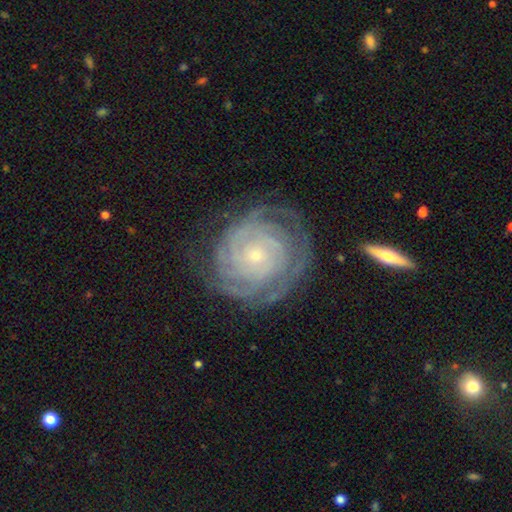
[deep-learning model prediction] smooth-or-featured: featured or disk: 86% | smooth: 8% | star or artifact: 6%
  disk-edge-on: no: 97% | yes: 3%
    bar: no: 79% | weak: 16% | strong: 5%
    has-spiral-arms: yes: 97% | no: 3%
      spiral-winding: tight: 85% | medium: 13% | loose: 3%
      spiral-arm-count: can't tell: 28% | 4: 24% | 3: 17% | 2: 12% | more than 4: 12% | 1: 6%
    bulge-size: small: 81% | moderate: 15% | none: 1% | large: 1% | dominant: 1%
  merging: none: 75% | minor disturbance: 17% | major disturbance: 7% | merger: 2%